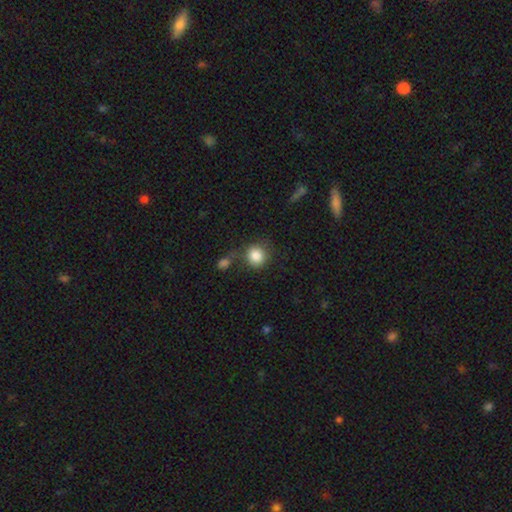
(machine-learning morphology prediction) The model was most divided on "merging": none: 60%, minor disturbance: 17%, merger: 16%, major disturbance: 8%. More confident: how rounded — round (87%); smooth or featured — smooth (85%).